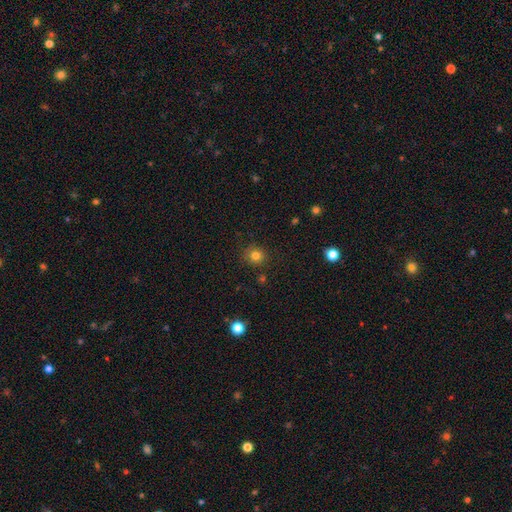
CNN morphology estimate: Overall: smooth (80%). How rounded: round (88%). Merging: none (86%).